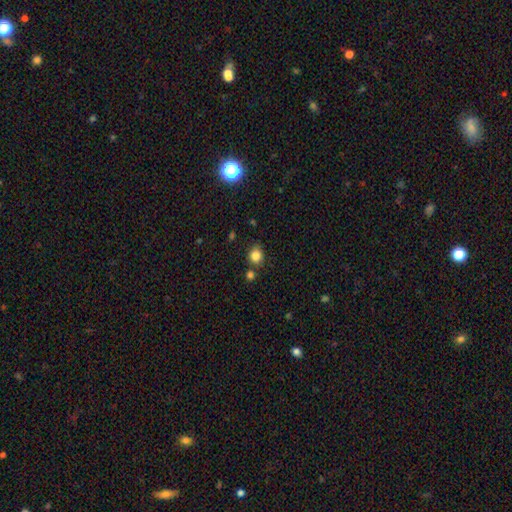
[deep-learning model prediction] Q: Smooth or featured?
A: smooth (83%); runner-up: star or artifact (12%)
Q: How rounded?
A: round (79%); runner-up: in between (20%)
Q: Merging?
A: none (76%); runner-up: minor disturbance (12%)